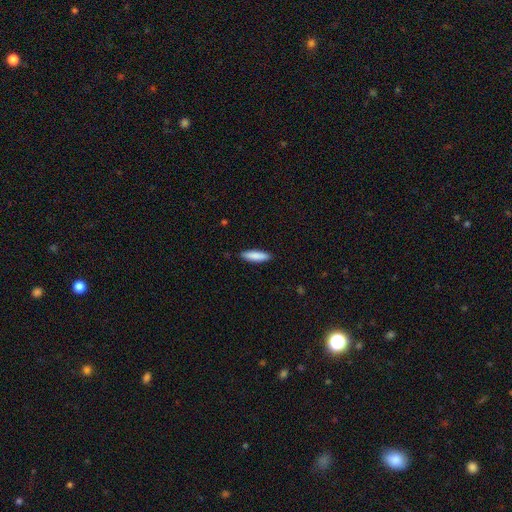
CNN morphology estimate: The model was most divided on "how rounded": cigar-shaped: 67%, in between: 31%, round: 1%. More confident: merging — none (89%); smooth or featured — smooth (86%).